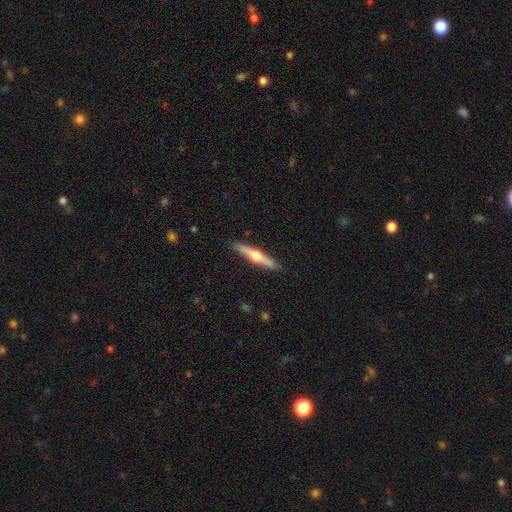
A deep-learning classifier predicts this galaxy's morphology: Smooth or featured: featured or disk — 61% (smooth — 34%)
Edge-on disk: yes — 97% (no — 3%)
Edge-on bulge: rounded — 94% (none — 4%)
Merging: none — 91% (minor disturbance — 7%)